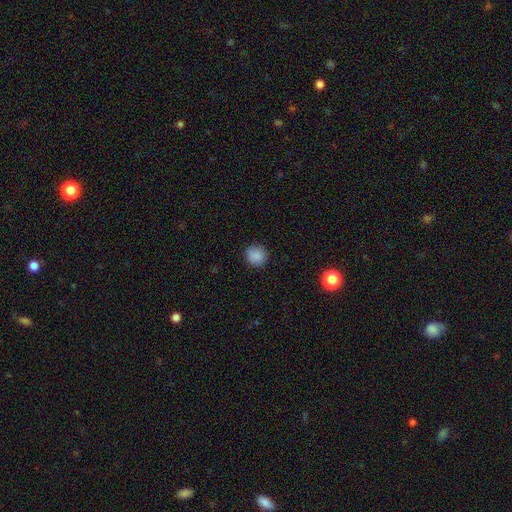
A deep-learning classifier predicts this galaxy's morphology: smooth 87%, star or artifact 10%, featured or disk 3%. Down the decision tree: how rounded — round (89%); merging — none (89%).